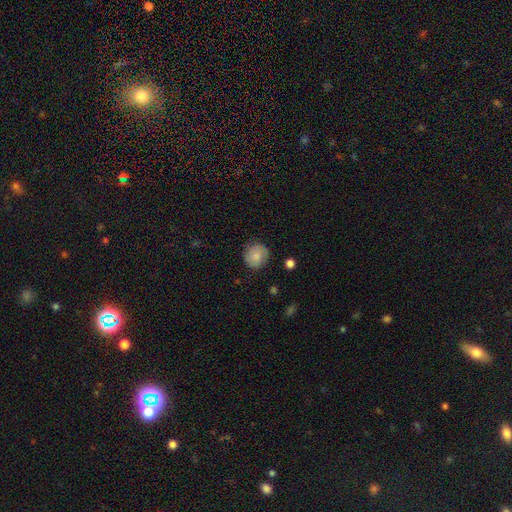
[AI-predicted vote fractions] Smooth or featured?
  - smooth: 72% *
  - featured or disk: 20%
  - star or artifact: 8%
How rounded?
  - round: 86% *
  - in between: 13%
  - cigar-shaped: 1%
Merging?
  - none: 80% *
  - minor disturbance: 15%
  - major disturbance: 4%
  - merger: 1%